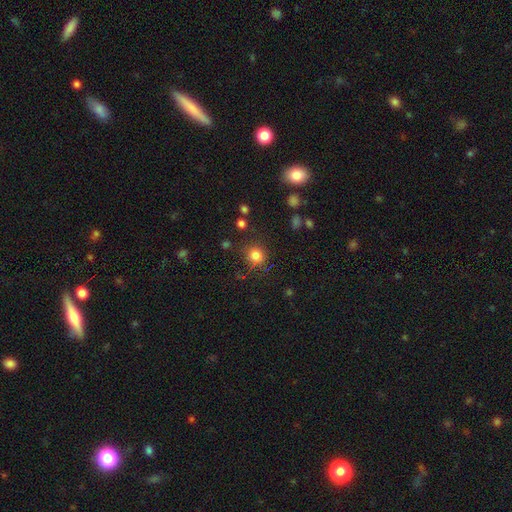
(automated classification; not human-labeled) Overall: smooth (82%). How rounded: round (87%). Merging: none (80%).